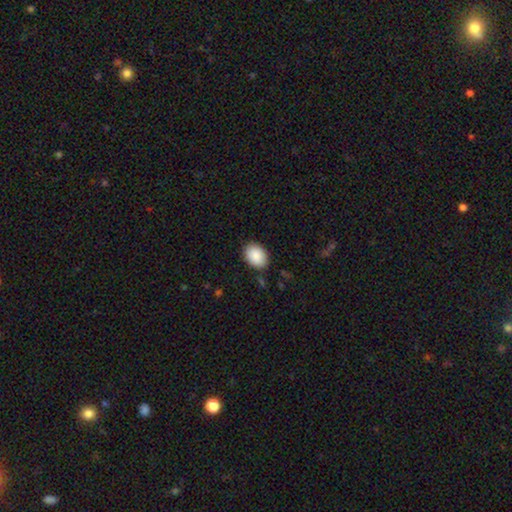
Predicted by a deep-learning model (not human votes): The model was most divided on "how rounded": in between: 79%, round: 20%, cigar-shaped: 1%. More confident: smooth or featured — smooth (90%); merging — none (86%).